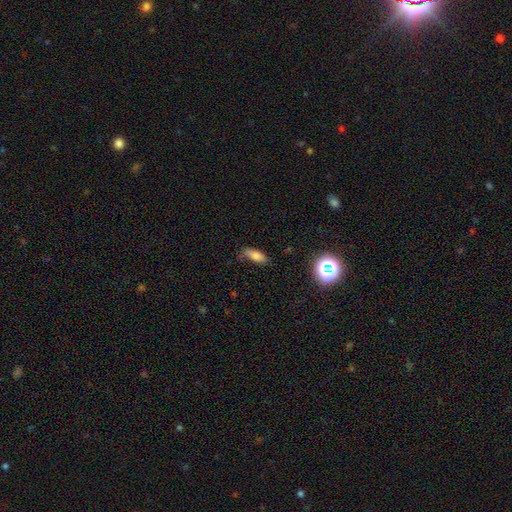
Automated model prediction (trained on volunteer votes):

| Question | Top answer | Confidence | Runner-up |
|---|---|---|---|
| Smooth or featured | smooth | 78% | star or artifact (12%) |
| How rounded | in between | 75% | cigar-shaped (21%) |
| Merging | none | 60% | minor disturbance (28%) |